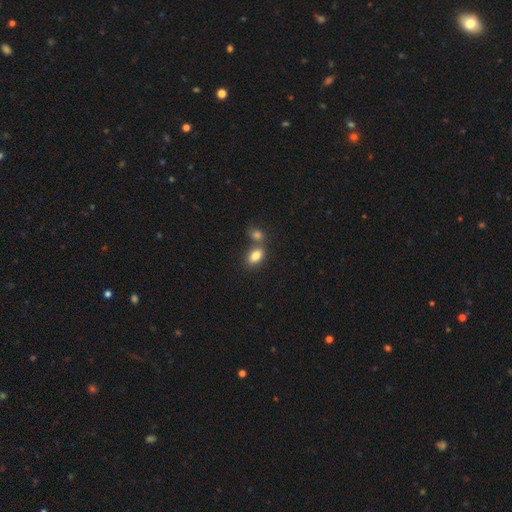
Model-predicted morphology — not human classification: A smooth galaxy with no disk features (83%) that is in between round and cigar-shaped (86%). Merging: none (46%).